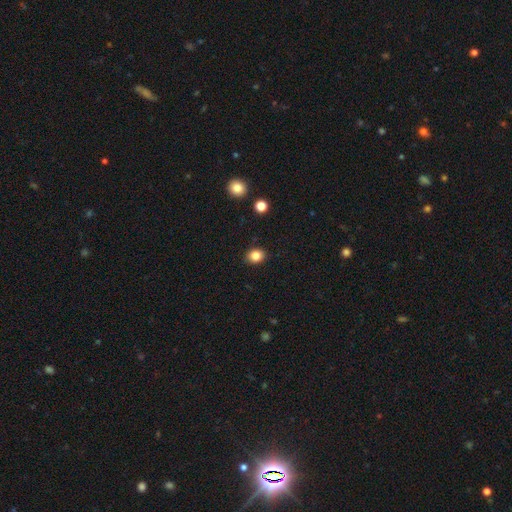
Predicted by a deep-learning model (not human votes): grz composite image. It shows a smooth galaxy with no disk features (84%) that is round (58%). Merging: none (89%).